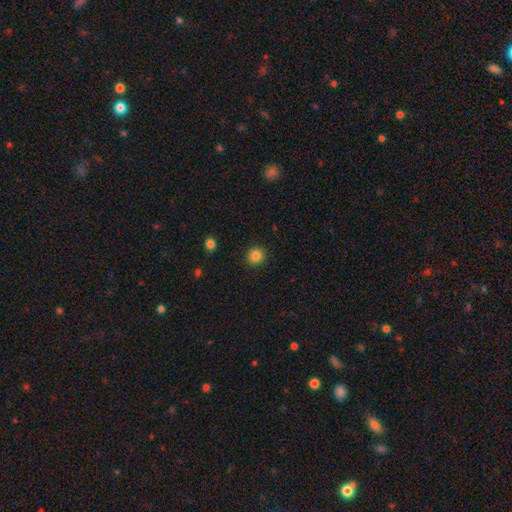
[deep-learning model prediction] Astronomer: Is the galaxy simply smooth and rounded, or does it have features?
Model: smooth — 85%.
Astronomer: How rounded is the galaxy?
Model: round — 90%.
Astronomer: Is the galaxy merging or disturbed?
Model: none — 92%.